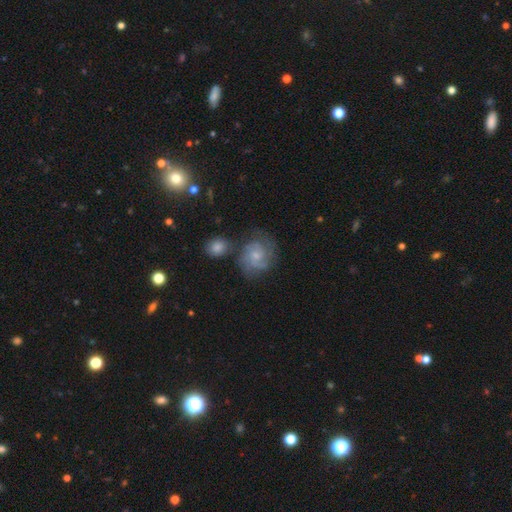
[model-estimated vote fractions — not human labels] Smooth or featured?
  - featured or disk: 74% *
  - smooth: 19%
  - star or artifact: 7%
Edge-on disk?
  - no: 98% *
  - yes: 2%
Bar?
  - no: 64% *
  - weak: 32%
  - strong: 4%
Spiral arms?
  - yes: 94% *
  - no: 6%
Spiral winding?
  - tight: 46% *
  - medium: 42%
  - loose: 12%
Spiral arm count?
  - 2: 44% *
  - 3: 23%
  - can't tell: 21%
  - 1: 5%
  - 4: 4%
  - more than 4: 4%
Bulge size?
  - small: 63% *
  - moderate: 28%
  - none: 6%
  - large: 2%
  - dominant: 1%
Merging?
  - none: 61% *
  - minor disturbance: 19%
  - major disturbance: 10%
  - merger: 10%